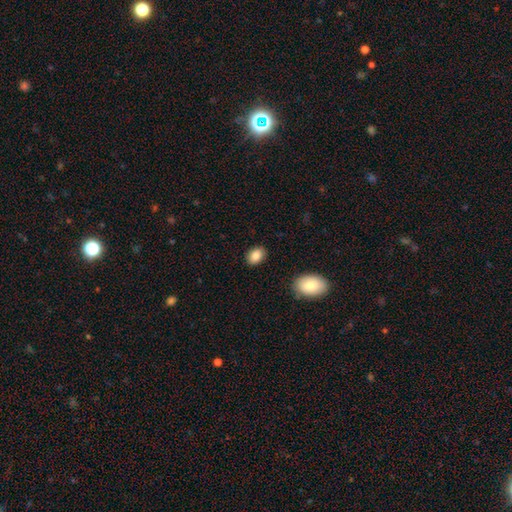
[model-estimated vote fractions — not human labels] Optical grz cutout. It shows a smooth galaxy with no disk features (87%) that is in between round and cigar-shaped (77%). Merging: none (87%).